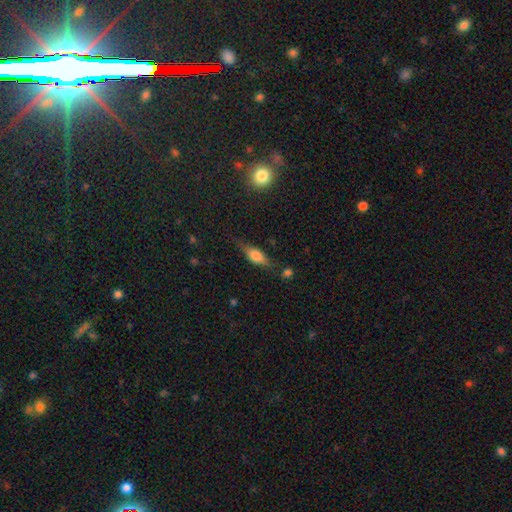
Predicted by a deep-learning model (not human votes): Smooth or featured: smooth — 56% (featured or disk — 35%)
How rounded: in between — 61% (cigar-shaped — 34%)
Merging: none — 67% (minor disturbance — 23%)